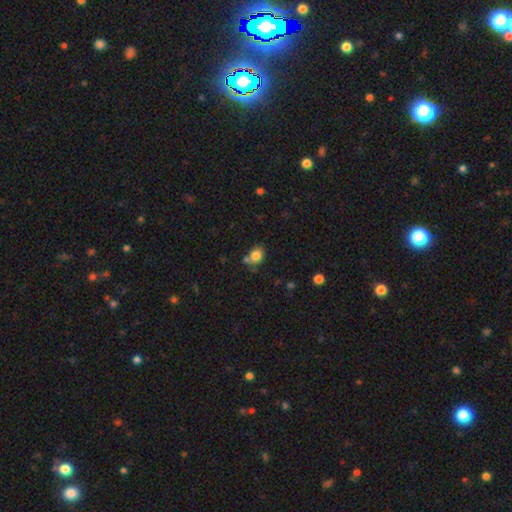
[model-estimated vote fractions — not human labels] The model was most divided on "how rounded": in between: 54%, round: 45%, cigar-shaped: 1%. More confident: smooth or featured — smooth (82%); merging — none (63%).